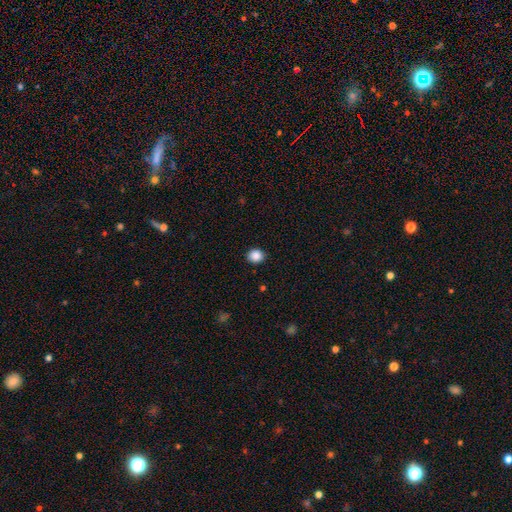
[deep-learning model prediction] A smooth galaxy with no disk features (88%) that is round (76%). Merging: none (90%).